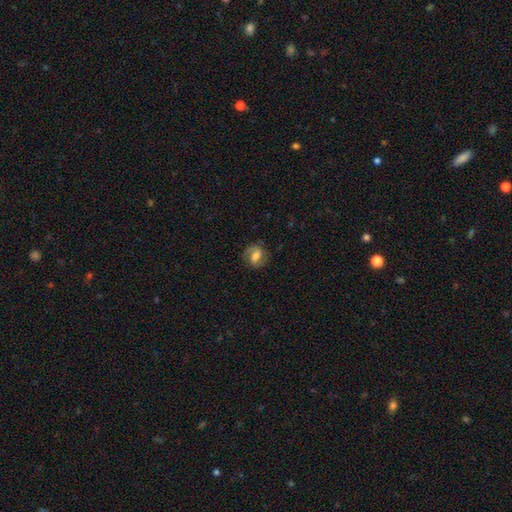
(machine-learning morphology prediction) A featured or disk galaxy (52%) with a weak bar (43%), spiral arms (84%) and a moderate central bulge (50%). Merging: none (74%).